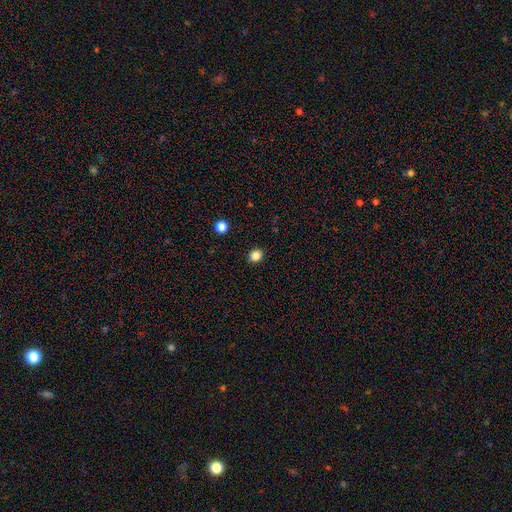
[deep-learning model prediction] Smooth or featured? Predicted: smooth (p=0.84). How rounded? Predicted: round (p=0.77). Merging? Predicted: none (p=0.91).